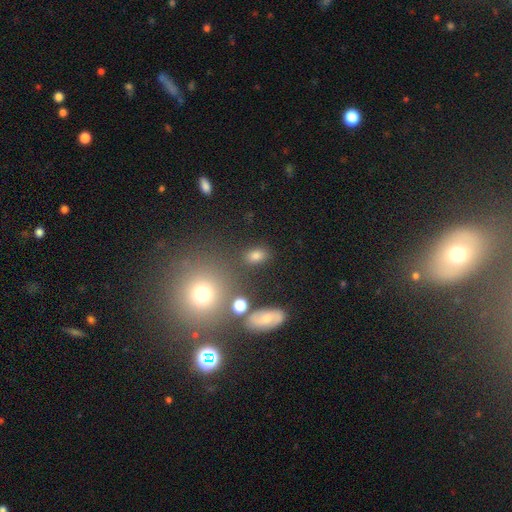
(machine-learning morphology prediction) This is likely a smooth galaxy (74%). How rounded: likely in between (76%). Merging: likely none (77%).